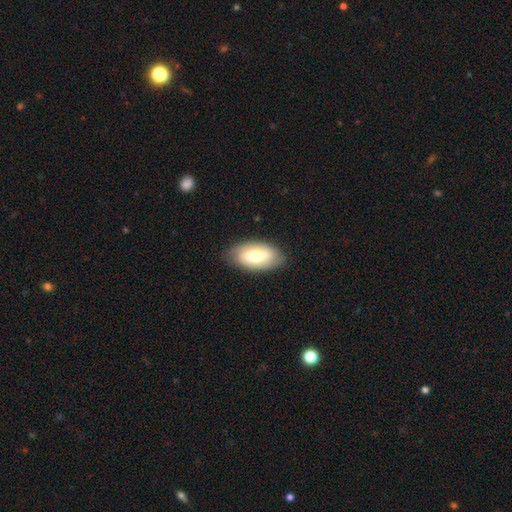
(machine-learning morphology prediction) Smooth or featured: smooth — 66% (featured or disk — 28%)
How rounded: in between — 92% (cigar-shaped — 5%)
Merging: none — 79% (minor disturbance — 16%)